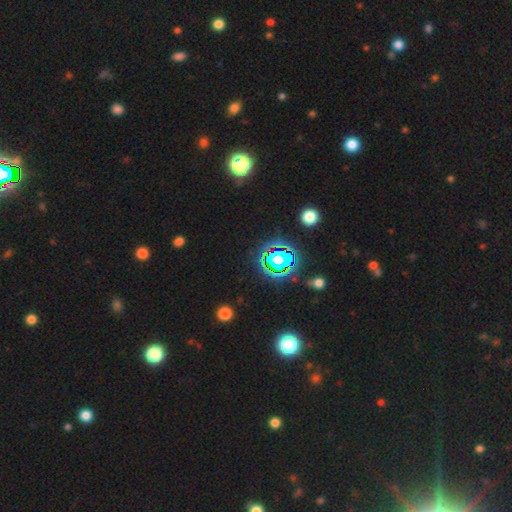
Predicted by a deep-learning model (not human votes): Overall: star or artifact (78%).